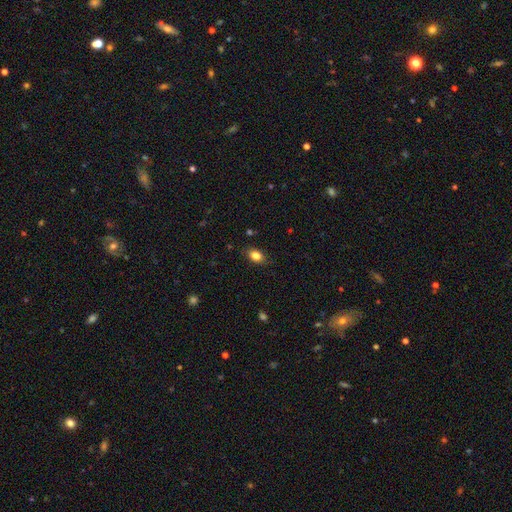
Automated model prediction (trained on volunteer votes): Q: Smooth or featured?
A: smooth (84%); runner-up: star or artifact (9%)
Q: How rounded?
A: in between (80%); runner-up: round (18%)
Q: Merging?
A: none (84%); runner-up: minor disturbance (12%)